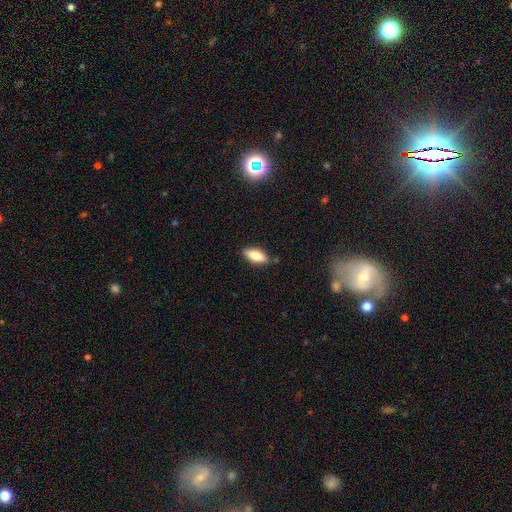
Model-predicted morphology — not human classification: Overall: smooth (77%). How rounded: in between (79%). Merging: none (83%).